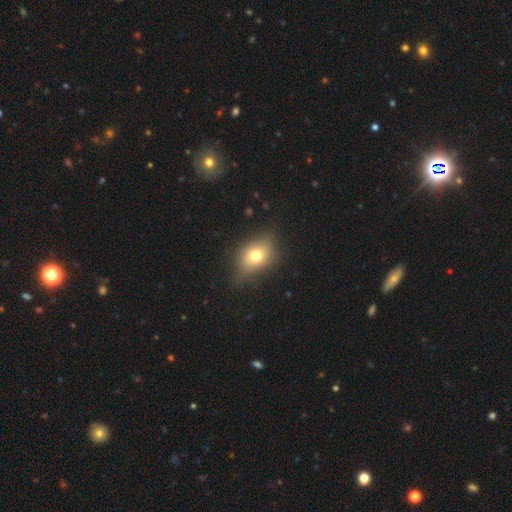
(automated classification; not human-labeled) Q: Smooth or featured?
A: smooth (71%); runner-up: featured or disk (17%)
Q: How rounded?
A: in between (66%); runner-up: round (32%)
Q: Merging?
A: none (71%); runner-up: minor disturbance (21%)